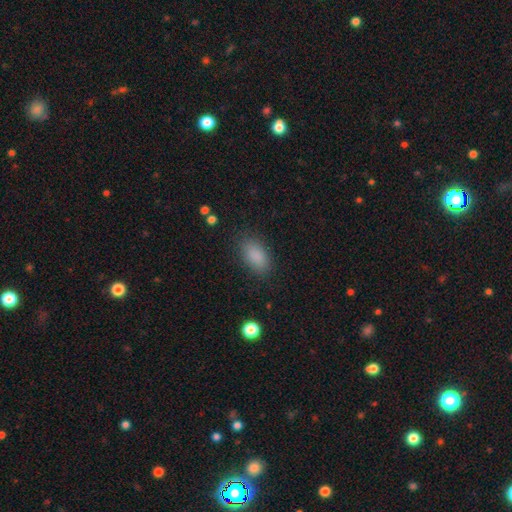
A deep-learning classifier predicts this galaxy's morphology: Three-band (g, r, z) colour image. It shows a smooth galaxy with no disk features (87%) that is in between round and cigar-shaped (91%). Merging: none (84%).